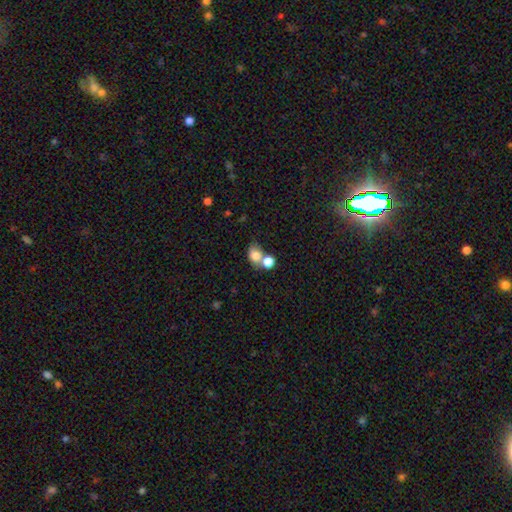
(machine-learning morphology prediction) smooth 79%, featured or disk 11%, star or artifact 10%. Down the decision tree: how rounded — in between (53%); merging — merger (50%).